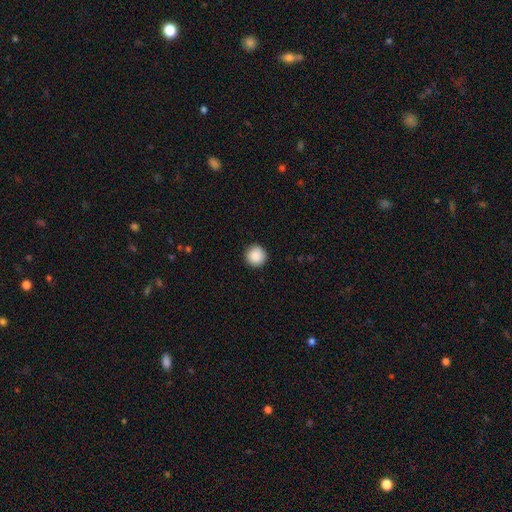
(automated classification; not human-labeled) This appears to be a smooth galaxy with no disk features (89%) that is round (96%). Merging: none (93%).